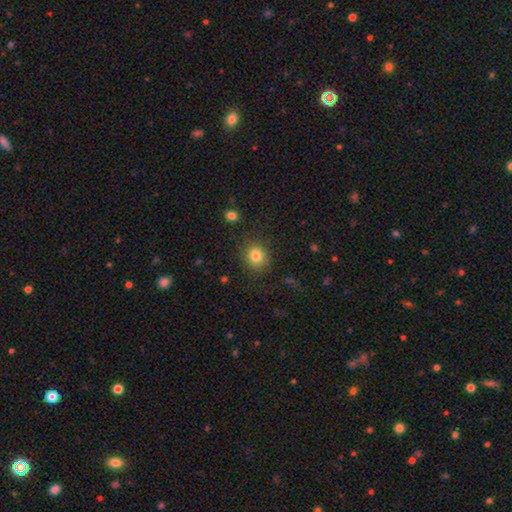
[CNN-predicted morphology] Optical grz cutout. It shows a smooth galaxy with no disk features (82%) that is round (76%). Merging: none (83%).